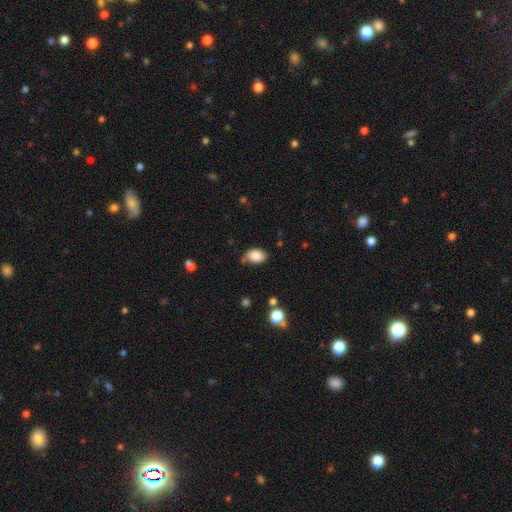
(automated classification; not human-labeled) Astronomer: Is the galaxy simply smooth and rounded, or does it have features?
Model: smooth — 87%.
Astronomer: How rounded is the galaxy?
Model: in between — 83%.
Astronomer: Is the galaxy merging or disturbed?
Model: none — 73%.